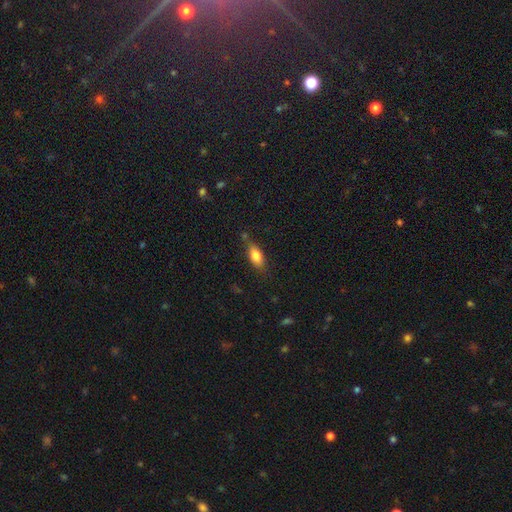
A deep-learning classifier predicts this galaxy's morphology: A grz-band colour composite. It shows a smooth galaxy with no disk features (81%) that is in between round and cigar-shaped (83%). Merging: none (70%).